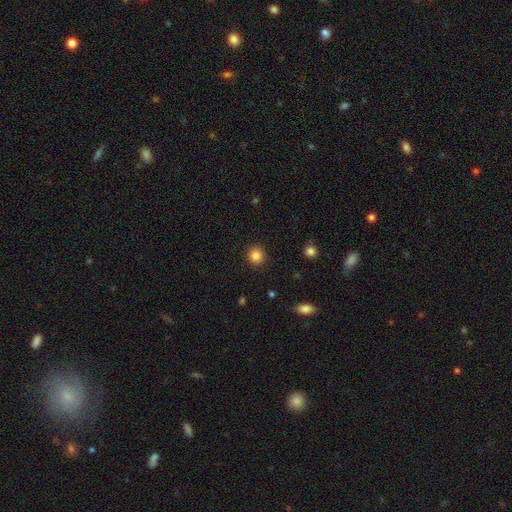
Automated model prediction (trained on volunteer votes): Morphology: type=smooth (85%); roundness=round (92%); merging=none (91%).